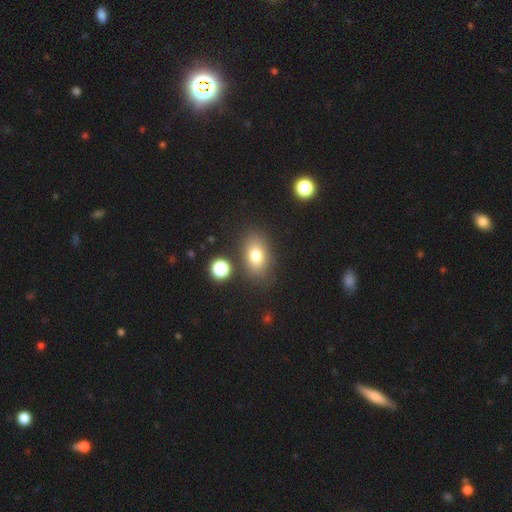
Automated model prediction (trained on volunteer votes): This appears to be a smooth galaxy with no disk features (77%) that is in between round and cigar-shaped (81%). Merging: none (81%).